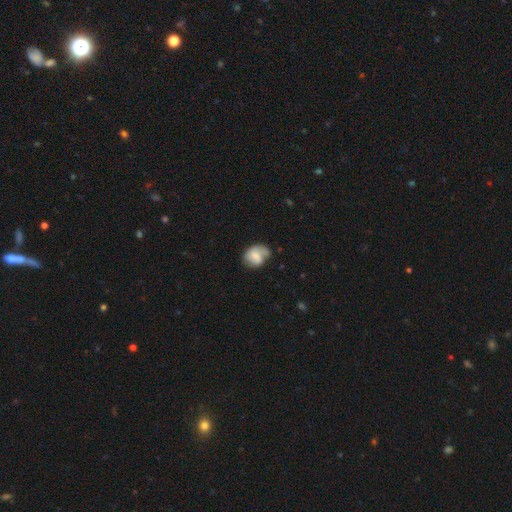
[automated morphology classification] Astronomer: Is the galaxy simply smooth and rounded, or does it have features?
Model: smooth — 61%.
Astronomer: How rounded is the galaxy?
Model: in between — 53% (runner-up: round, 46%).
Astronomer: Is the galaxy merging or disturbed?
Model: none — 46% (runner-up: minor disturbance, 35%).